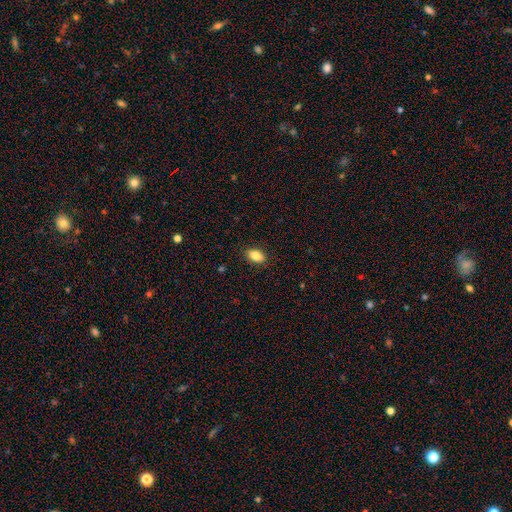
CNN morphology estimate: type=smooth (87%); roundness=in between (90%); merging=none (89%).